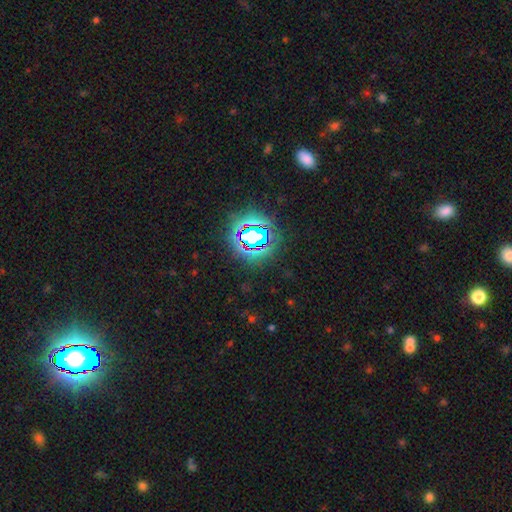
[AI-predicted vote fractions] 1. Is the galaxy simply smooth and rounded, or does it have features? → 81% star or artifact, 11% smooth, 8% featured or disk.